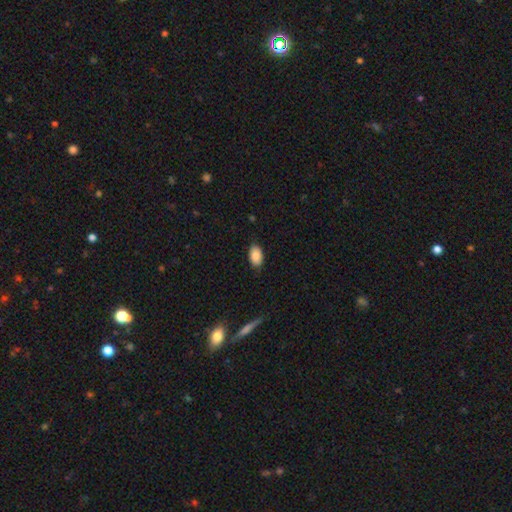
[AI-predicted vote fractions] smooth-or-featured: smooth: 88% | star or artifact: 7% | featured or disk: 5%
  how-rounded: in between: 92% | round: 6% | cigar-shaped: 2%
  merging: none: 83% | minor disturbance: 13% | major disturbance: 2% | merger: 1%